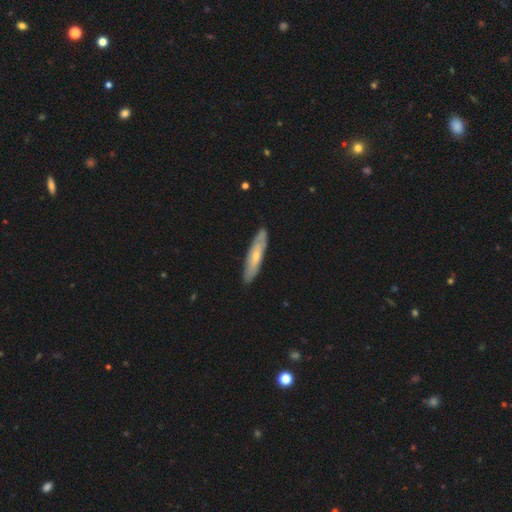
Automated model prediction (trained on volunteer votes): Smooth or featured: featured or disk — 48% (smooth — 47%)
Merging: none — 86% (minor disturbance — 11%)